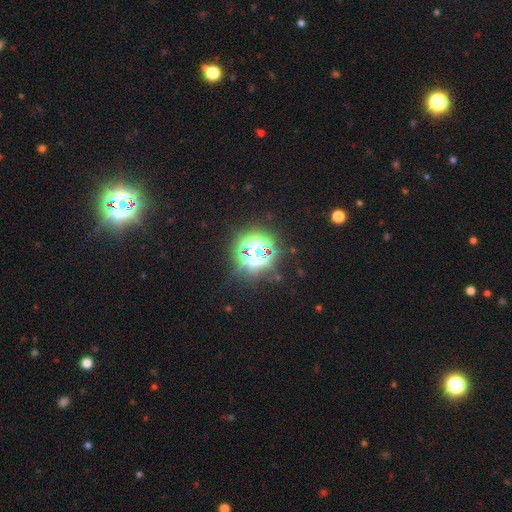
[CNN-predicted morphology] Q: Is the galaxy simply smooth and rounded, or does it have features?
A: star or artifact — 70%.